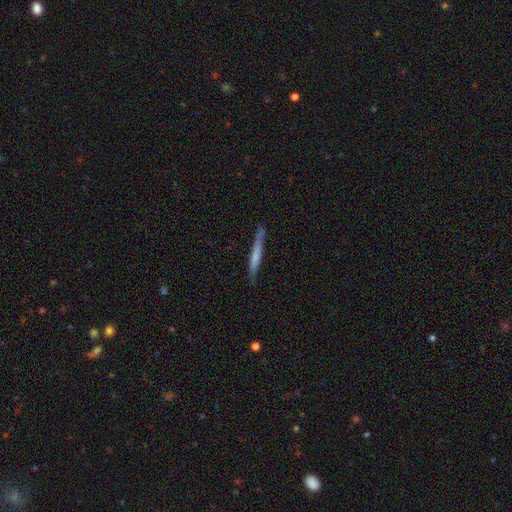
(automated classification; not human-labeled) Overall: smooth (53%; featured or disk 41%). How rounded: cigar-shaped (96%). Merging: none (80%).